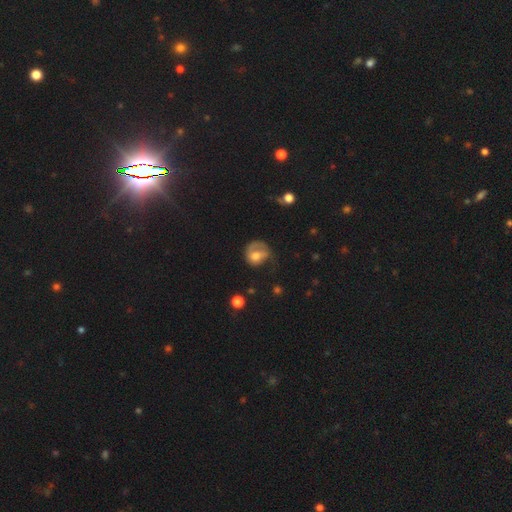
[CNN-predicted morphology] The model was most divided on "merging": none: 36%, major disturbance: 35%, minor disturbance: 26%, merger: 3%. More confident: how rounded — round (70%); smooth or featured — smooth (53%).